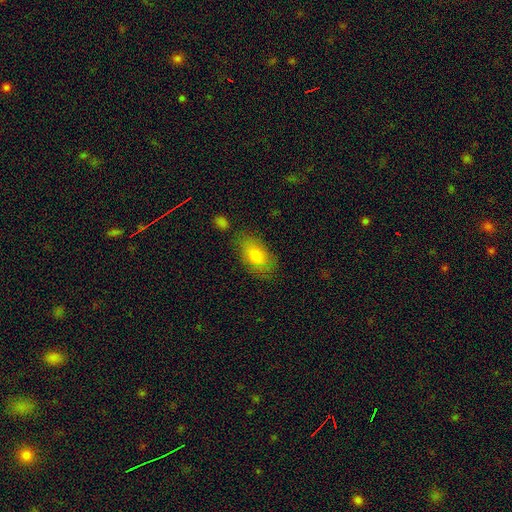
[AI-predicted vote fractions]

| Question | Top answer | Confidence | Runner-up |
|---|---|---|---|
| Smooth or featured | smooth | 78% | featured or disk (15%) |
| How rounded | in between | 90% | round (6%) |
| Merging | none | 70% | minor disturbance (19%) |